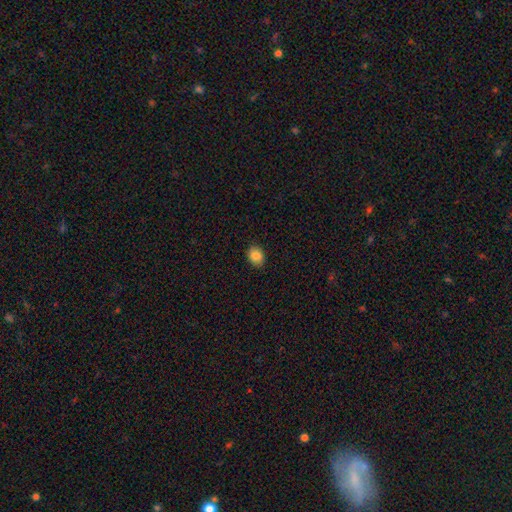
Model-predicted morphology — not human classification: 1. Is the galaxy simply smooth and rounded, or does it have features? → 86% smooth, 9% star or artifact, 5% featured or disk.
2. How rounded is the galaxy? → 56% in between, 43% round, 1% cigar-shaped.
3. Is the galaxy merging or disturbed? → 87% none, 10% minor disturbance, 2% major disturbance, 1% merger.